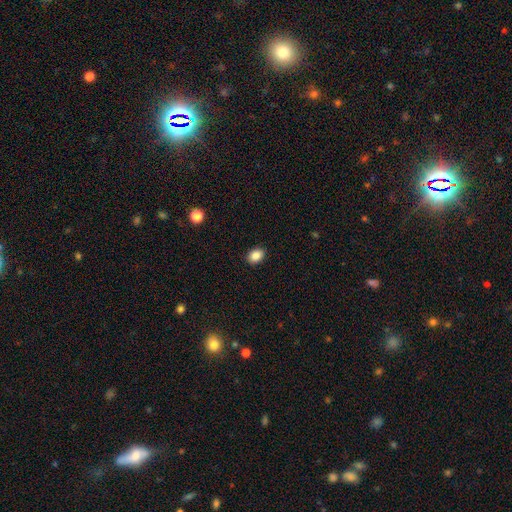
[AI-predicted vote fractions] smooth 87%, star or artifact 9%, featured or disk 4%. Down the decision tree: how rounded — in between (72%); merging — none (90%).